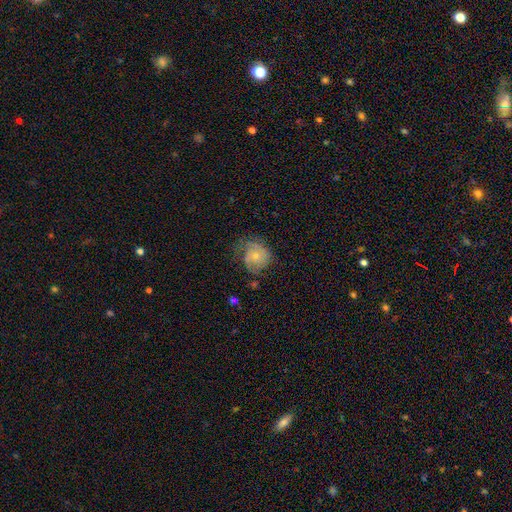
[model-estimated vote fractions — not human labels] Smooth or featured: featured or disk — 63% (smooth — 30%)
Edge-on disk: no — 98% (yes — 2%)
Bar: no — 80% (weak — 18%)
Spiral arms: yes — 87% (no — 13%)
Spiral winding: tight — 42% (medium — 39%)
Spiral arm count: 2 — 45% (can't tell — 23%)
Bulge size: small — 67% (moderate — 28%)
Merging: none — 53% (minor disturbance — 27%)